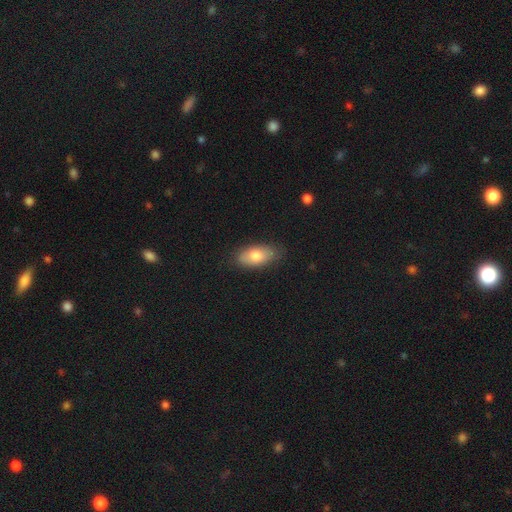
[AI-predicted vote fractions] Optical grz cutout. It shows a smooth galaxy with no disk features (76%) that is in between round and cigar-shaped (90%). Merging: none (80%).